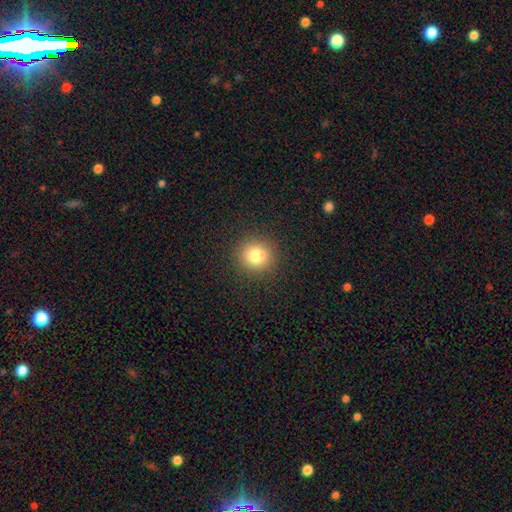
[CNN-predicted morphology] Smooth or featured? smooth (79%)
How rounded? round (88%)
Merging? none (89%)